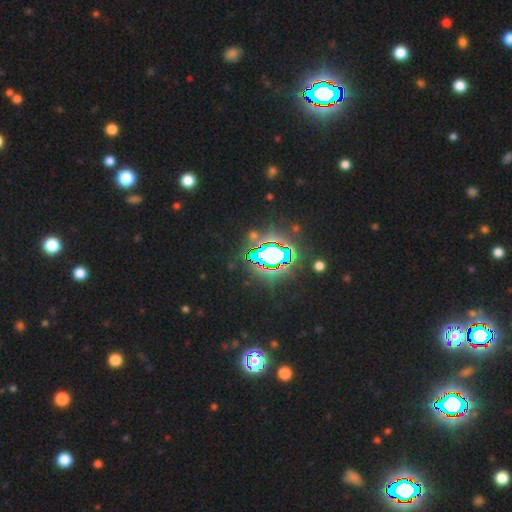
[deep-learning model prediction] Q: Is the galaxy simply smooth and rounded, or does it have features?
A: star or artifact — 78%.